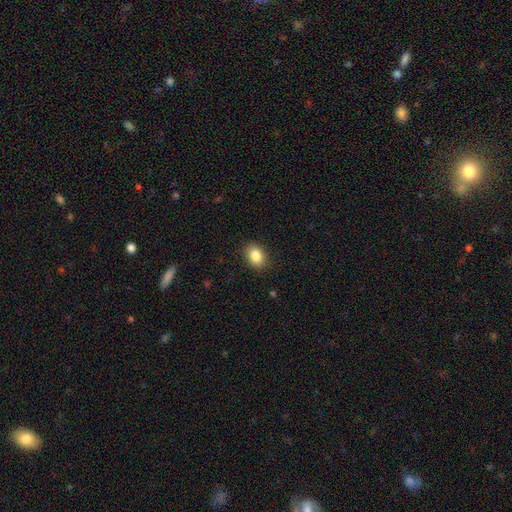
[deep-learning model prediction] Q: Smooth or featured?
A: smooth (86%); runner-up: star or artifact (9%)
Q: How rounded?
A: in between (75%); runner-up: round (24%)
Q: Merging?
A: none (88%); runner-up: minor disturbance (9%)